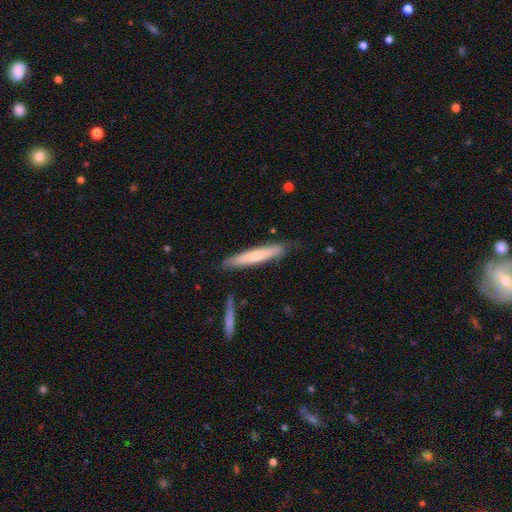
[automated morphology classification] type=smooth (56%); roundness=cigar-shaped (92%); merging=none (81%).